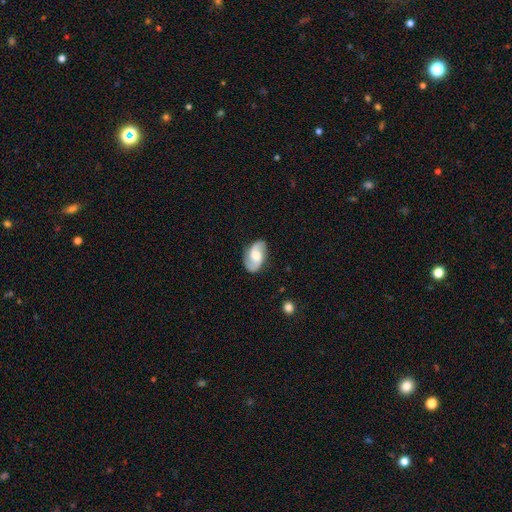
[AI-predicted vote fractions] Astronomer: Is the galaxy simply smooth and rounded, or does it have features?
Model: featured or disk — 77%.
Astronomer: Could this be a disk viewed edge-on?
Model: no — 97%.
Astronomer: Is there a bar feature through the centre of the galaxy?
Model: no — 51% (runner-up: weak, 40%).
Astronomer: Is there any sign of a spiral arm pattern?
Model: yes — 96%.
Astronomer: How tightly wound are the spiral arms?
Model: medium — 46% (runner-up: loose, 37%).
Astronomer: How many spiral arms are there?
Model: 2 — 92%.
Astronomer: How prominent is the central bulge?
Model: moderate — 49%.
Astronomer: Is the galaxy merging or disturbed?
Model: none — 82%.